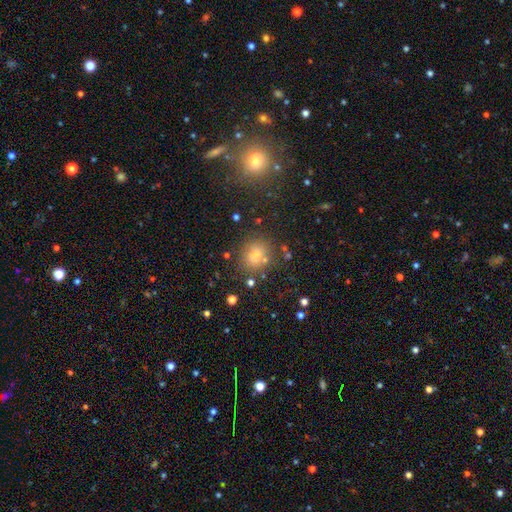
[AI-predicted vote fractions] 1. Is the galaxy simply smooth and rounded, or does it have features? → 67% smooth, 22% star or artifact, 11% featured or disk.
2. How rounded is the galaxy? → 75% round, 24% in between, 1% cigar-shaped.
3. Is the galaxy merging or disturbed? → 79% none, 10% minor disturbance, 8% merger, 3% major disturbance.